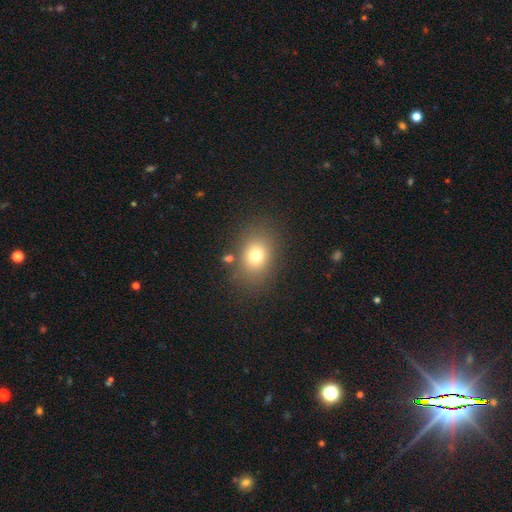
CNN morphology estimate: This appears to be a smooth galaxy with no disk features (75%) that is in between round and cigar-shaped (57%). Merging: none (80%).